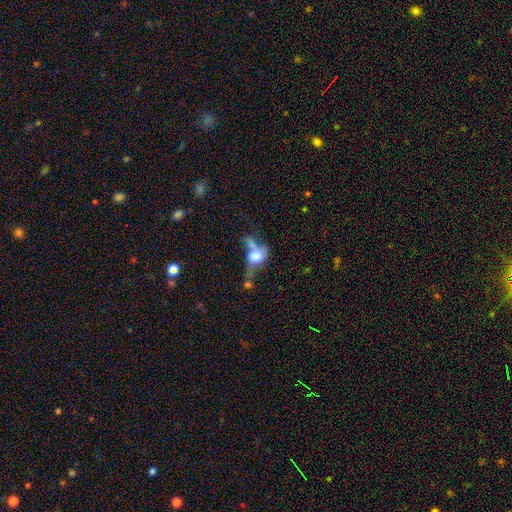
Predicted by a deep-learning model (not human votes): smooth 61%, featured or disk 28%, star or artifact 11%. Down the decision tree: how rounded — in between (68%); merging — merger (41%).